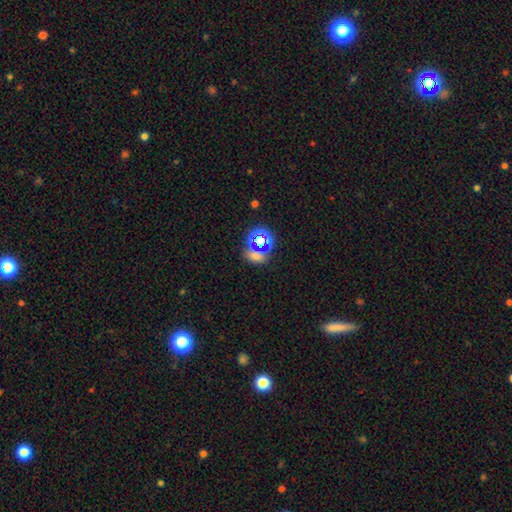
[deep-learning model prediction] Smooth or featured? smooth (52%)
How rounded? in between (57%)
Merging? none (63%)